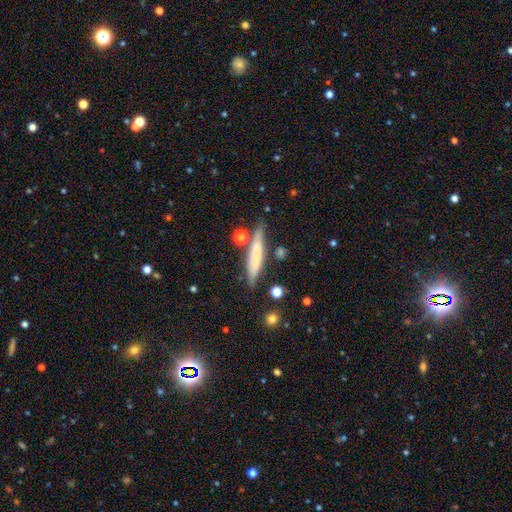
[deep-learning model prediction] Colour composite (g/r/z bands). It shows a smooth galaxy with no disk features (59%) that is cigar-shaped (87%). Merging: none (75%).